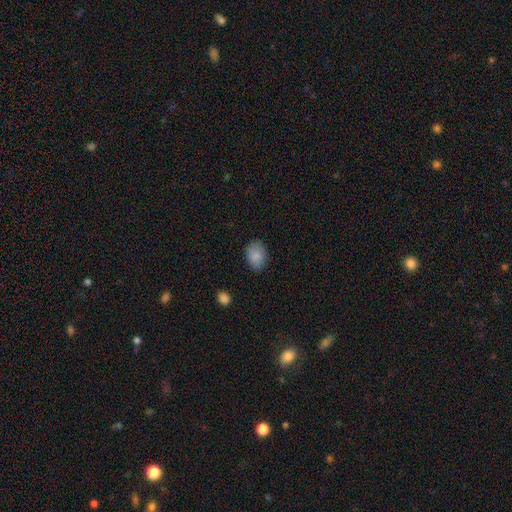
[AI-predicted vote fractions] Overall: smooth (86%). How rounded: in between (75%). Merging: none (78%).